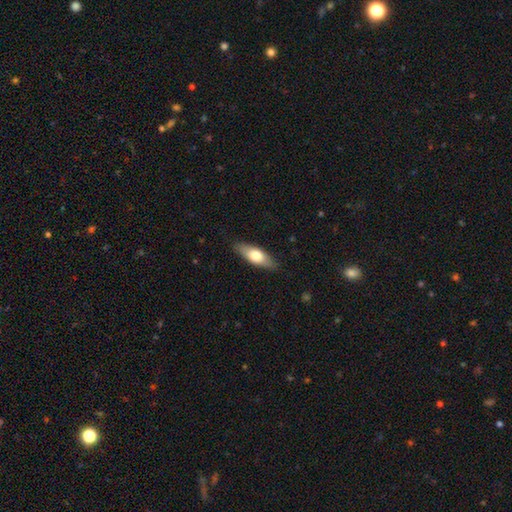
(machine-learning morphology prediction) smooth 66%, featured or disk 29%, star or artifact 5%. Down the decision tree: how rounded — in between (67%); merging — none (86%).